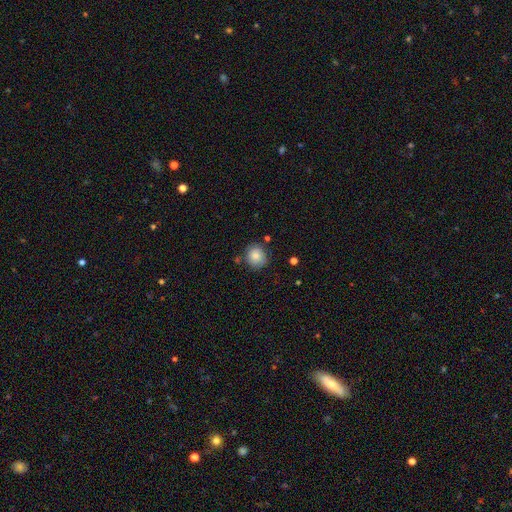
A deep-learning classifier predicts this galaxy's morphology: A smooth galaxy with no disk features (83%) that is round (87%).

Vote fractions:
- Smooth or featured? smooth: 83% / star or artifact: 8% / featured or disk: 8%
- How rounded? round: 87% / in between: 12% / cigar-shaped: 1%
- Merging? none: 77% / minor disturbance: 15% / merger: 5% / major disturbance: 3%